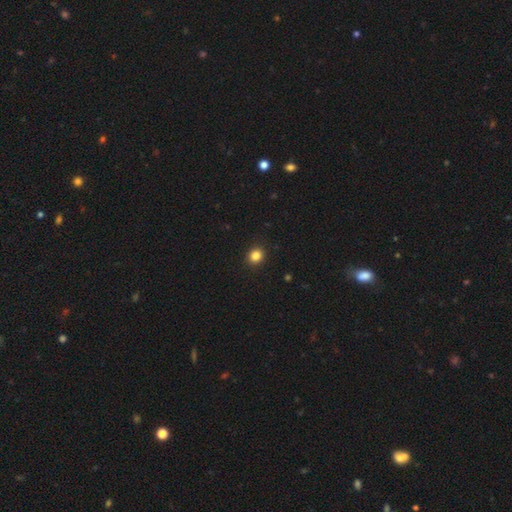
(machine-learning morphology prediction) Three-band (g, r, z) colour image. It shows a smooth galaxy with no disk features (85%) that is round (80%). Merging: none (92%).